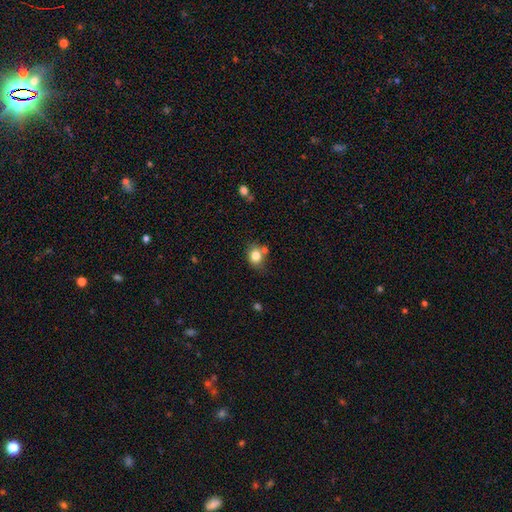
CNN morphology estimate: Smooth or featured? Predicted: smooth (p=0.81). How rounded? Predicted: round (p=0.63). Merging? Predicted: none (p=0.63).